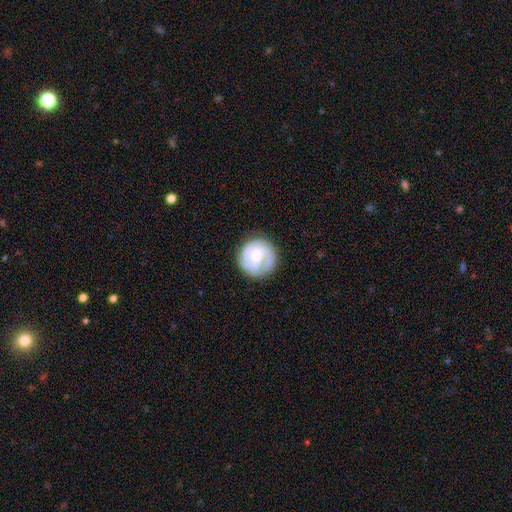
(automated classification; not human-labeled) This is clearly a featured or disk galaxy (81%). It is clearly not viewed edge-on (98%). Bar: likely no (65%). Spiral arm pattern: clearly yes (97%). Spiral arm count: possibly 3 (55%). Spiral winding: likely tight (60%). Central bulge: possibly small (50%). Merging: clearly none (81%).